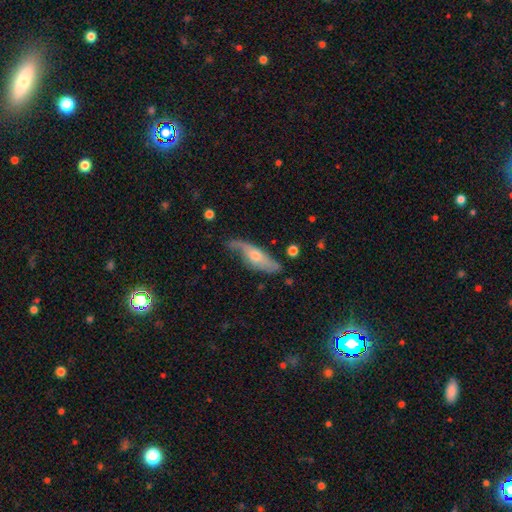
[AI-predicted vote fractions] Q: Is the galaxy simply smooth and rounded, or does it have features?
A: featured or disk — 60%.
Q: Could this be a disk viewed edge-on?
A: no — 63%.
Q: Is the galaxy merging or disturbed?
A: none — 56%.